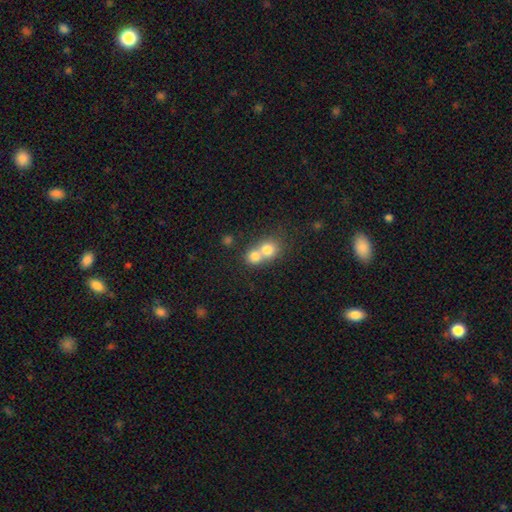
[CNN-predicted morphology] A smooth galaxy with no disk features (74%) that is round (79%).

Vote fractions:
- Smooth or featured? smooth: 74% / featured or disk: 15% / star or artifact: 11%
- How rounded? round: 79% / in between: 20% / cigar-shaped: 1%
- Merging? merger: 67% / none: 27% / minor disturbance: 4% / major disturbance: 2%